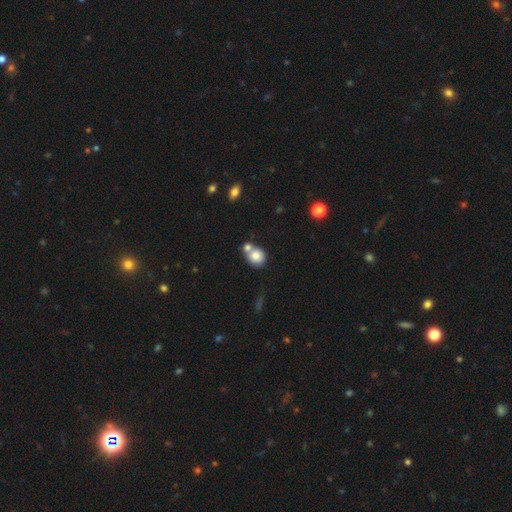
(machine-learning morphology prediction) type=smooth (78%); roundness=round (76%); merging=none (45%).